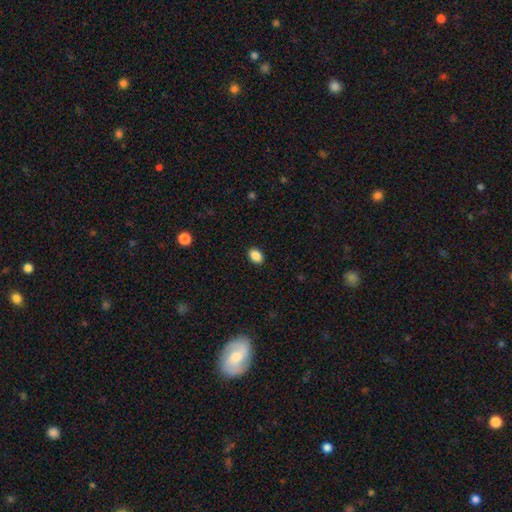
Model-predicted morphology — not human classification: Smooth or featured? Predicted: smooth (p=0.88). How rounded? Predicted: in between (p=0.79). Merging? Predicted: none (p=0.91).